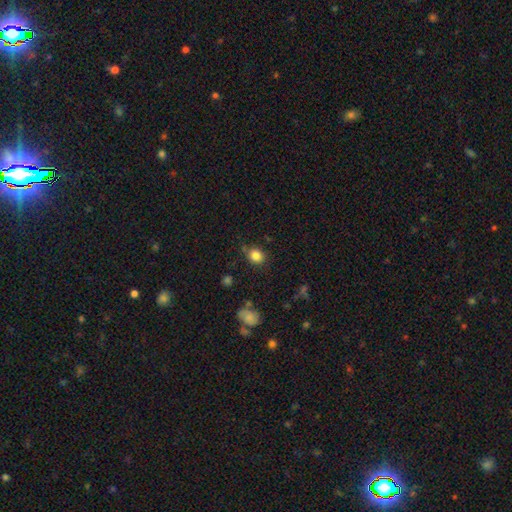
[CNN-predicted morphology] smooth-or-featured: smooth: 84% | star or artifact: 11% | featured or disk: 5%
  how-rounded: round: 69% | in between: 30% | cigar-shaped: 1%
  merging: none: 76% | minor disturbance: 16% | major disturbance: 4% | merger: 3%